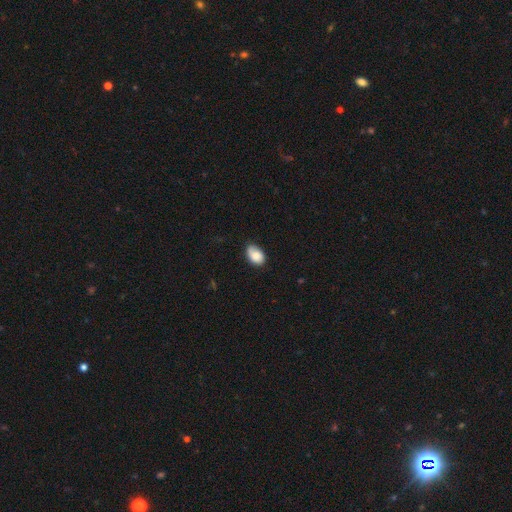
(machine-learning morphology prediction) Smooth or featured: smooth — 82% (featured or disk — 11%)
How rounded: in between — 87% (round — 12%)
Merging: none — 61% (minor disturbance — 32%)